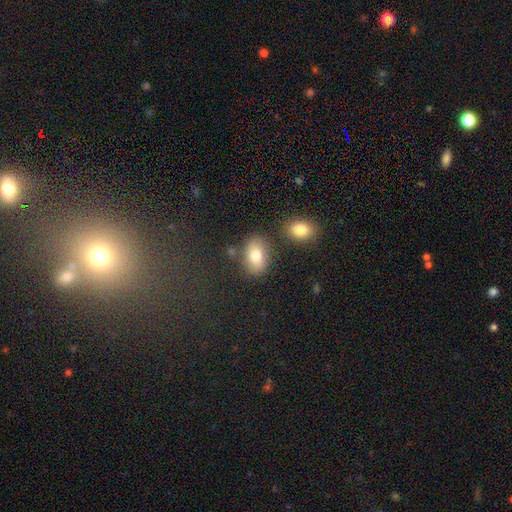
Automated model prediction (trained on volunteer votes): smooth_or_featured: smooth (p=0.78) [alt: featured or disk p=0.14]
how_rounded: in between (p=0.80) [alt: round p=0.19]
merging: none (p=0.77) [alt: minor disturbance p=0.12]